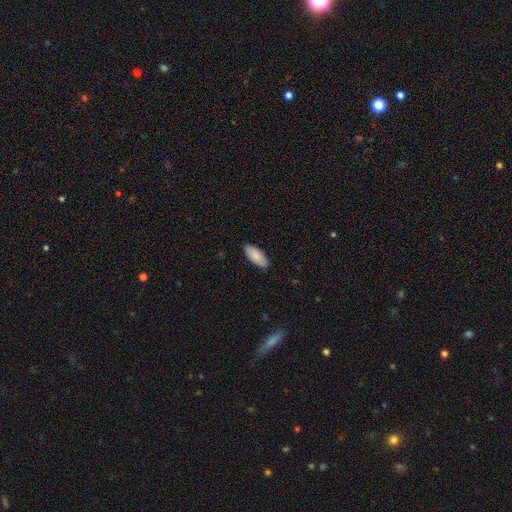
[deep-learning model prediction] This appears to be a smooth galaxy with no disk features (88%) that is in between round and cigar-shaped (83%). Merging: none (89%).